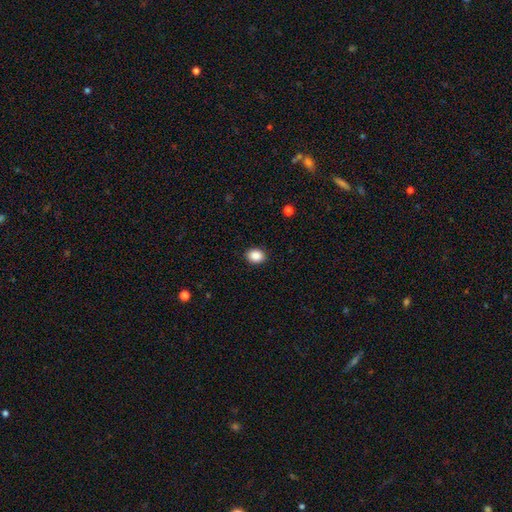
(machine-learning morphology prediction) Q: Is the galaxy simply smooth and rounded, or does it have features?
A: smooth — 88%.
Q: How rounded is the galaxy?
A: in between — 57%.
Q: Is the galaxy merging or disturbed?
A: none — 90%.